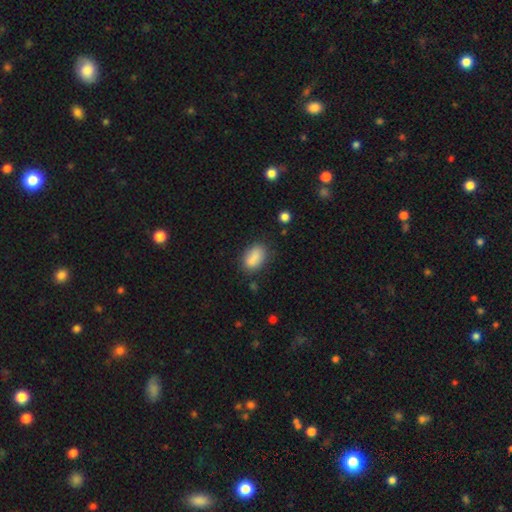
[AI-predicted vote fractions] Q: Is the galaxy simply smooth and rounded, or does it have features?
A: smooth — 84%.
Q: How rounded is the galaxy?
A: in between — 88%.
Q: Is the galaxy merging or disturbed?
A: none — 72%.